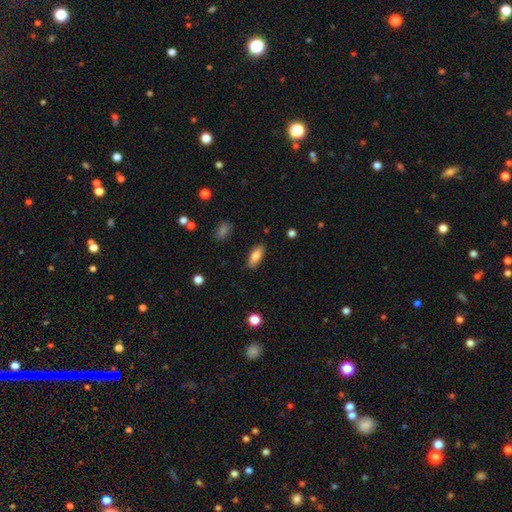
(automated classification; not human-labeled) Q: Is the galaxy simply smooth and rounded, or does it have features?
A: smooth — 82%.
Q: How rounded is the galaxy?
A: in between — 78%.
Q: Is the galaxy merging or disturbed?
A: none — 85%.